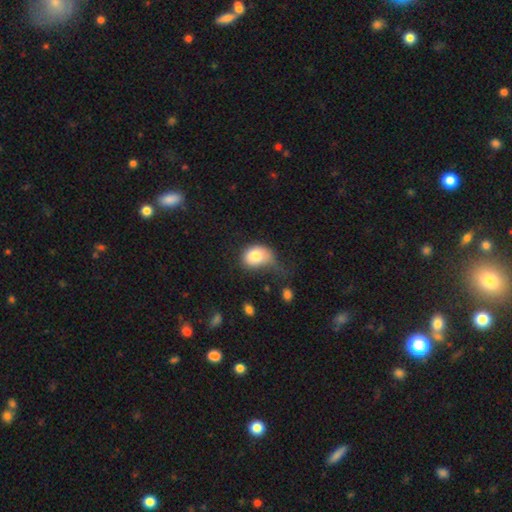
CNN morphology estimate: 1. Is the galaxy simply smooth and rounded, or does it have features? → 79% smooth, 12% featured or disk, 8% star or artifact.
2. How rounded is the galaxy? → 59% in between, 40% round, 1% cigar-shaped.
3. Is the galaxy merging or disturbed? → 36% minor disturbance, 33% major disturbance, 26% none, 6% merger.